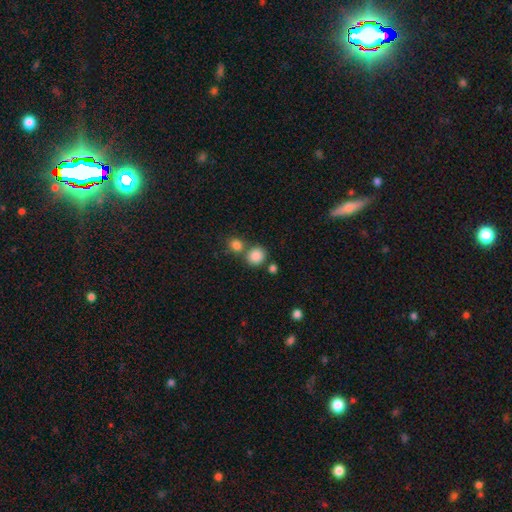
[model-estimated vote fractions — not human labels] Smooth or featured?
  - smooth: 85% *
  - star or artifact: 10%
  - featured or disk: 5%
How rounded?
  - round: 82% *
  - in between: 17%
  - cigar-shaped: 1%
Merging?
  - none: 63% *
  - merger: 25%
  - minor disturbance: 9%
  - major disturbance: 3%